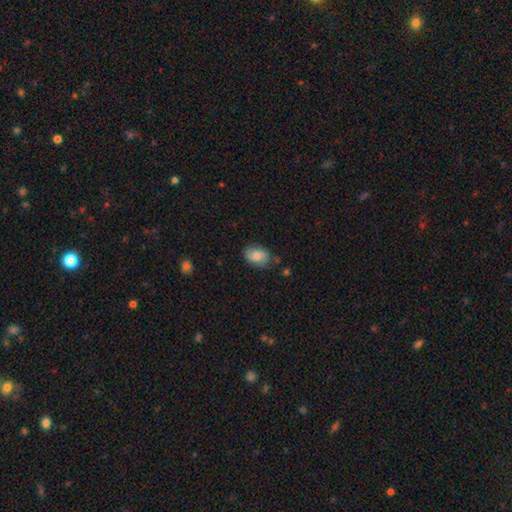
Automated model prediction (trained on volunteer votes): Smooth or featured: smooth — 79% (featured or disk — 14%)
How rounded: in between — 78% (round — 21%)
Merging: none — 70% (minor disturbance — 22%)